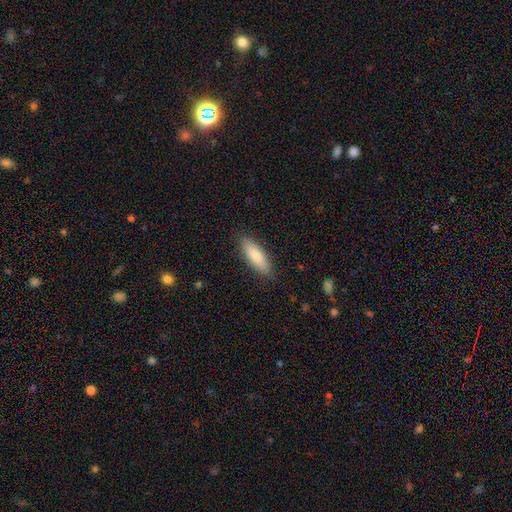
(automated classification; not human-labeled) Smooth or featured?
  - smooth: 80% *
  - featured or disk: 14%
  - star or artifact: 6%
How rounded?
  - in between: 57% *
  - cigar-shaped: 41%
  - round: 2%
Merging?
  - none: 86% *
  - minor disturbance: 11%
  - major disturbance: 2%
  - merger: 1%